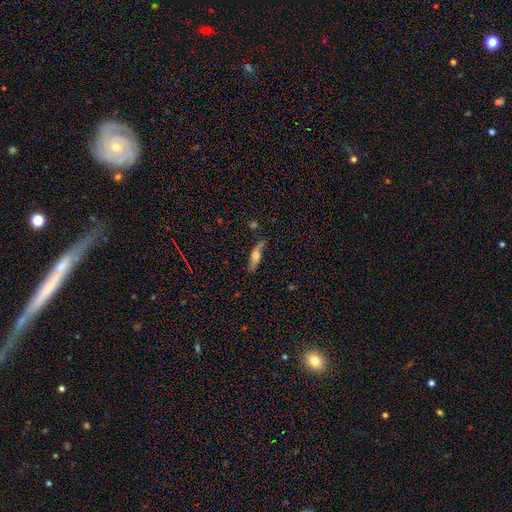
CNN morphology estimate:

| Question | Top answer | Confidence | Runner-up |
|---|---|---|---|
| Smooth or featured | smooth | 49% | featured or disk (44%) |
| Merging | none | 71% | minor disturbance (21%) |